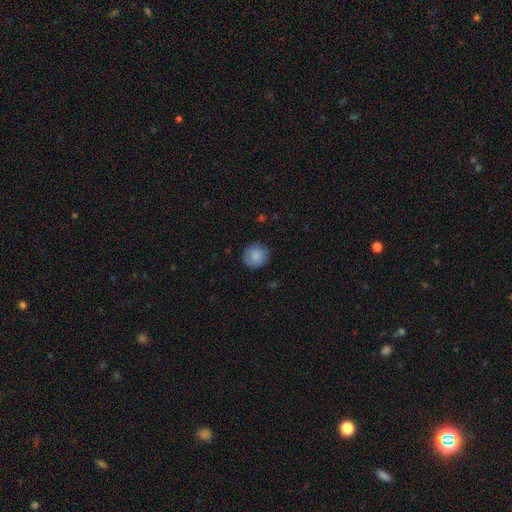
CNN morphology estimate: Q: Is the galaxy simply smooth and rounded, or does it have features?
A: smooth — 87%.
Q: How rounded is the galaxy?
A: round — 91%.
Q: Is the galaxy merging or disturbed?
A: none — 85%.